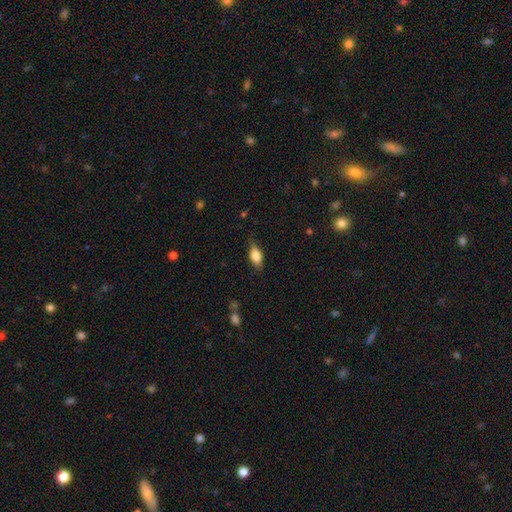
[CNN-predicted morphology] A smooth galaxy with no disk features (74%) that is in between round and cigar-shaped (81%). Merging: none (76%).